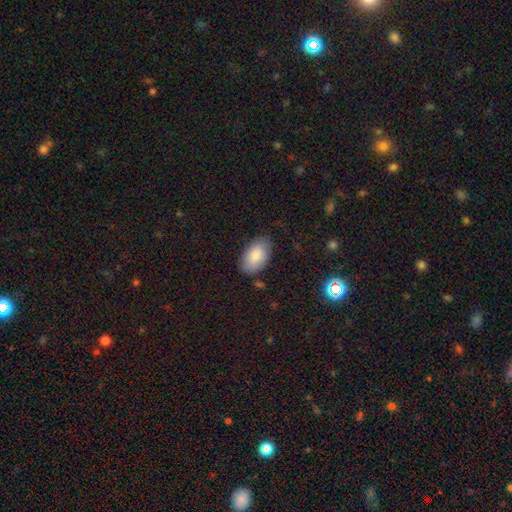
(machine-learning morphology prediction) Q: Smooth or featured?
A: smooth (85%); runner-up: featured or disk (8%)
Q: How rounded?
A: in between (94%); runner-up: round (5%)
Q: Merging?
A: none (78%); runner-up: minor disturbance (16%)